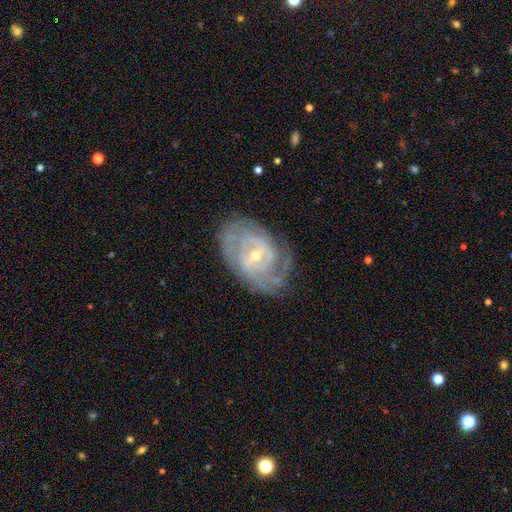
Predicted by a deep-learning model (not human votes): Overall: featured or disk (89%). Edge-on disk: no (96%). Bar: weak (51%; no 28%). Spiral arms: yes (96%). Spiral arm count: can't tell (27%, tied with 2). Spiral winding: tight (65%; medium 29%). Bulge size: small (64%; moderate 33%). Merging: none (73%).